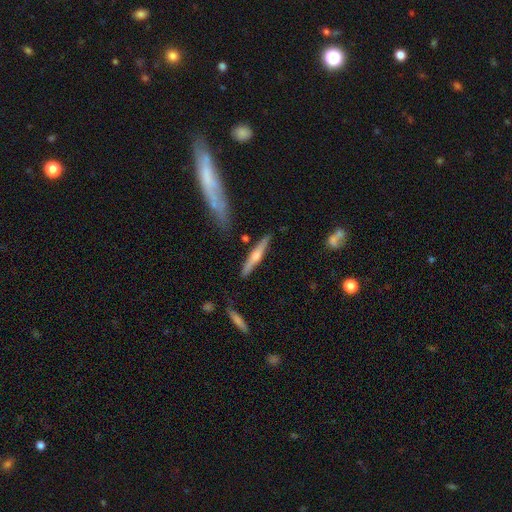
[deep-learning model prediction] A featured or disk galaxy (63%) viewed edge-on (97%) with a rounded central bulge (85%). Merging: none (84%).